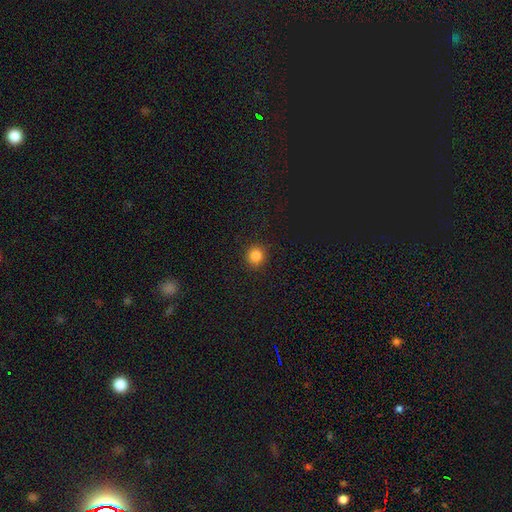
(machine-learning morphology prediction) A smooth galaxy with no disk features (84%) that is round (91%).

Vote fractions:
- Smooth or featured? smooth: 84% / star or artifact: 12% / featured or disk: 4%
- How rounded? round: 91% / in between: 8% / cigar-shaped: 1%
- Merging? none: 91% / minor disturbance: 6% / major disturbance: 2% / merger: 1%